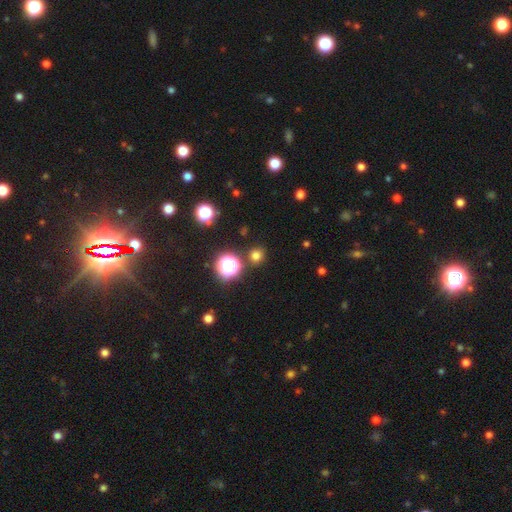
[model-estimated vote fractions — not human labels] Smooth or featured?
  - smooth: 72% *
  - star or artifact: 23%
  - featured or disk: 5%
How rounded?
  - round: 91% *
  - in between: 8%
  - cigar-shaped: 1%
Merging?
  - none: 87% *
  - minor disturbance: 7%
  - merger: 4%
  - major disturbance: 3%